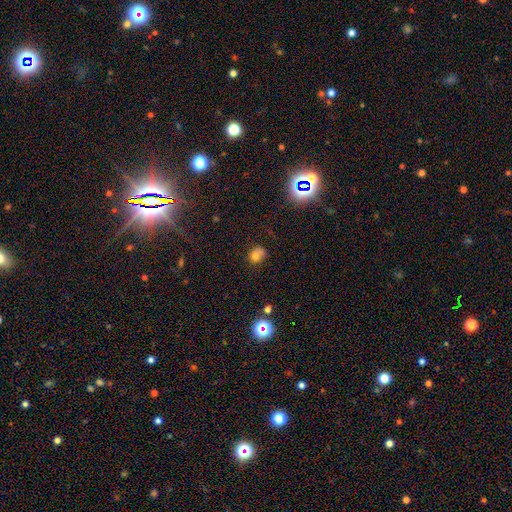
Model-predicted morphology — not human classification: type=smooth (70%); roundness=round (56%); merging=none (51%).